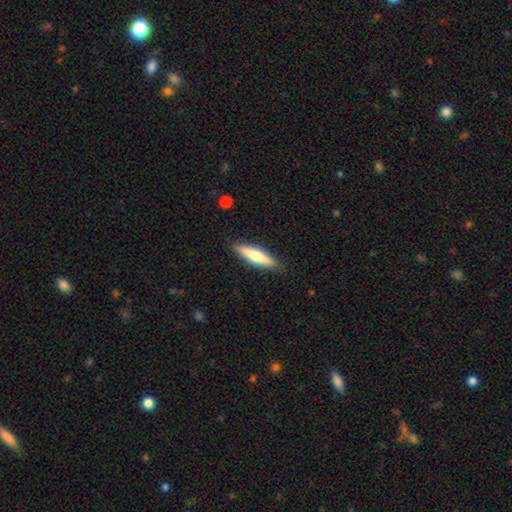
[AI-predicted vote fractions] This is likely a smooth galaxy (62%). How rounded: likely cigar-shaped (78%). Merging: clearly none (88%).